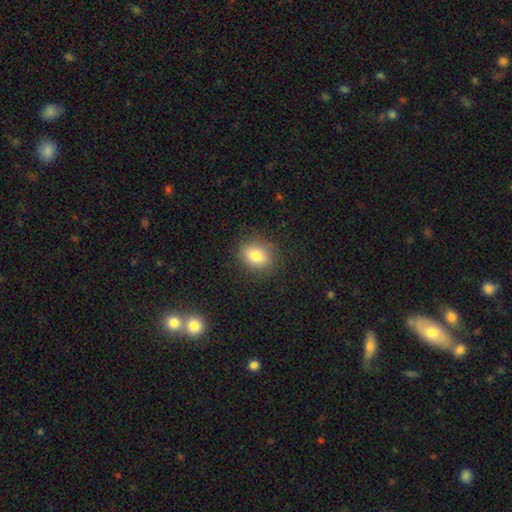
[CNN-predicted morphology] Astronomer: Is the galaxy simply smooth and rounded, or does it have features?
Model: smooth — 80%.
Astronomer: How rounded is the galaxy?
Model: in between — 51% (runner-up: round, 47%).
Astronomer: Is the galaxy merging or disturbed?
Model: none — 84%.